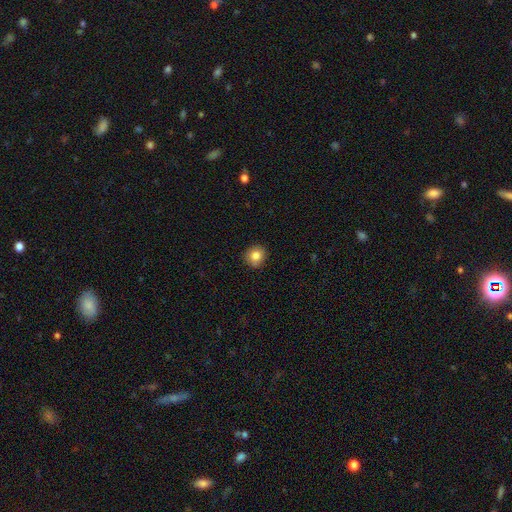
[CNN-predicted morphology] smooth 83%, star or artifact 10%, featured or disk 7%. Down the decision tree: how rounded — round (85%); merging — none (86%).